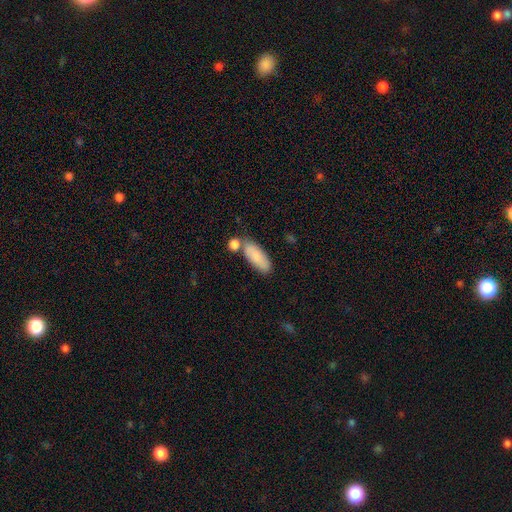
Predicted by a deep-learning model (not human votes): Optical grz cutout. It shows a smooth galaxy with no disk features (80%) that is in between round and cigar-shaped (77%). Merging: none (63%).